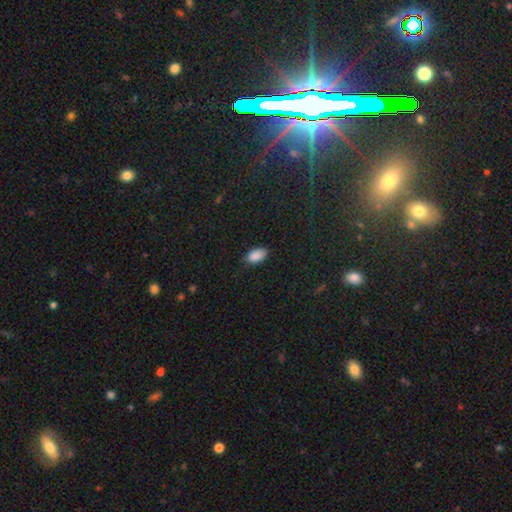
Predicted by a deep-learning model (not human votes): smooth 88%, star or artifact 8%, featured or disk 4%. Down the decision tree: how rounded — in between (94%); merging — none (76%).